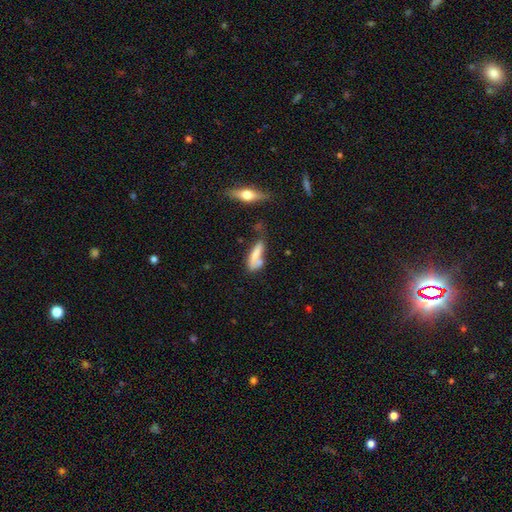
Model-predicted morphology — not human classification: A smooth galaxy with no disk features (68%) that is cigar-shaped (55%).

Vote fractions:
- Smooth or featured? smooth: 68% / featured or disk: 24% / star or artifact: 9%
- How rounded? cigar-shaped: 55% / in between: 42% / round: 3%
- Merging? none: 37% / merger: 31% / minor disturbance: 21% / major disturbance: 12%